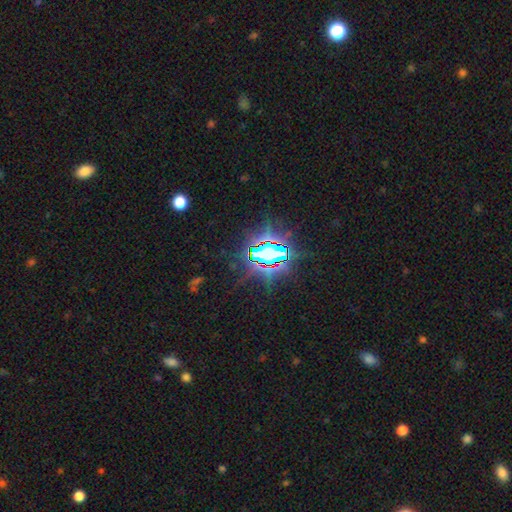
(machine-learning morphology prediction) A star or artifact, not a galaxy (82%).